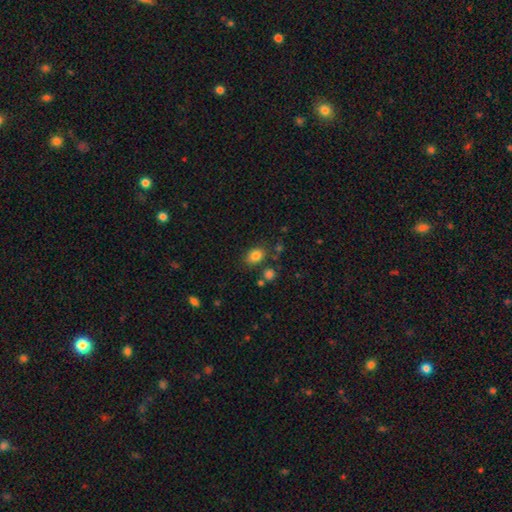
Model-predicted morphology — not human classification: Smooth or featured?
  - smooth: 83% *
  - star or artifact: 11%
  - featured or disk: 6%
How rounded?
  - in between: 70% *
  - round: 29%
  - cigar-shaped: 1%
Merging?
  - none: 76% *
  - minor disturbance: 13%
  - merger: 7%
  - major disturbance: 4%